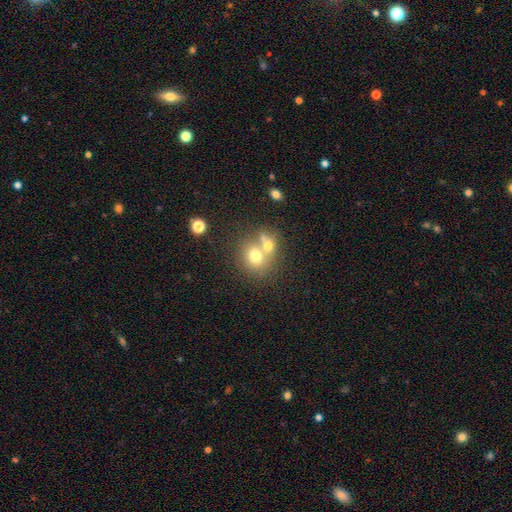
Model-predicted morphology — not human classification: A smooth galaxy with no disk features (70%) that is round (76%).

Vote fractions:
- Smooth or featured? smooth: 70% / featured or disk: 17% / star or artifact: 13%
- How rounded? round: 76% / in between: 23% / cigar-shaped: 1%
- Merging? merger: 52% / none: 37% / minor disturbance: 7% / major disturbance: 4%